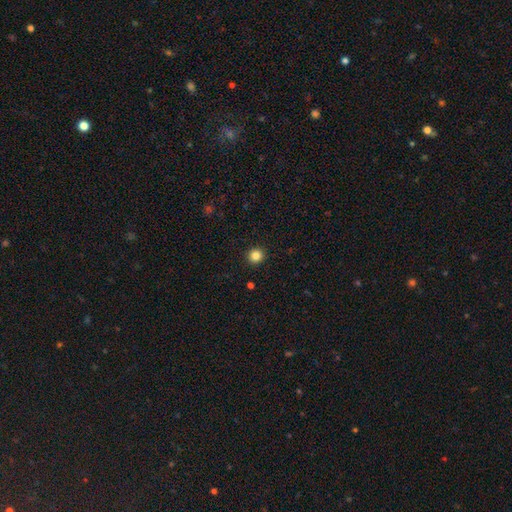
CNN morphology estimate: smooth 84%, star or artifact 12%, featured or disk 4%. Down the decision tree: how rounded — round (93%); merging — none (93%).